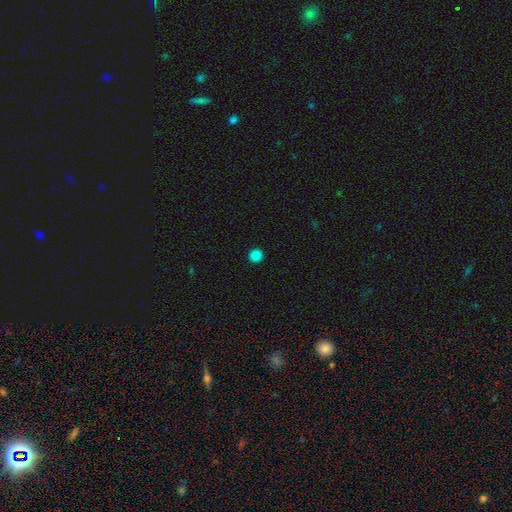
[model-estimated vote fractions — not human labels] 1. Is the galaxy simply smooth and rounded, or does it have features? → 85% smooth, 12% star or artifact, 3% featured or disk.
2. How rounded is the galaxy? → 95% round, 4% in between, 1% cigar-shaped.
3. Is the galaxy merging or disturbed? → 94% none, 4% minor disturbance, 1% major disturbance, 1% merger.